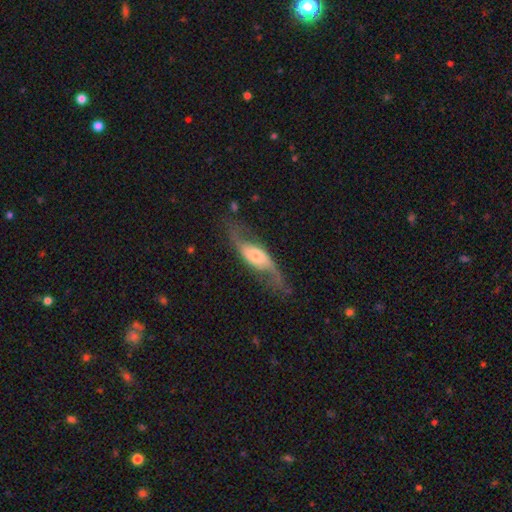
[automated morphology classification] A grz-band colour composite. It shows a featured or disk galaxy (78%) with no bar (49%), 2 (90%) loose (79%) spiral arms (92%) and a small central bulge (41%). Merging: none (67%).